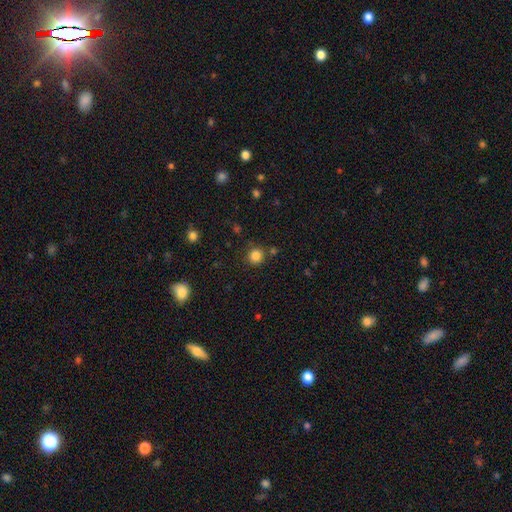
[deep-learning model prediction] smooth_or_featured: smooth (p=0.83) [alt: star or artifact p=0.12]
how_rounded: round (p=0.93) [alt: in between p=0.06]
merging: none (p=0.82) [alt: minor disturbance p=0.09]